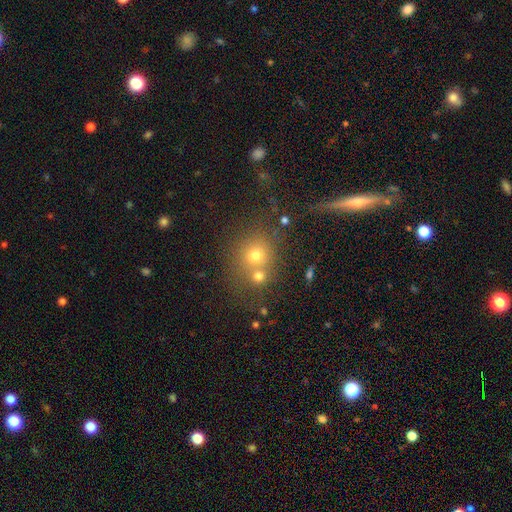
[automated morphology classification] smooth 67%, star or artifact 19%, featured or disk 13%. Down the decision tree: how rounded — round (83%); merging — none (55%).